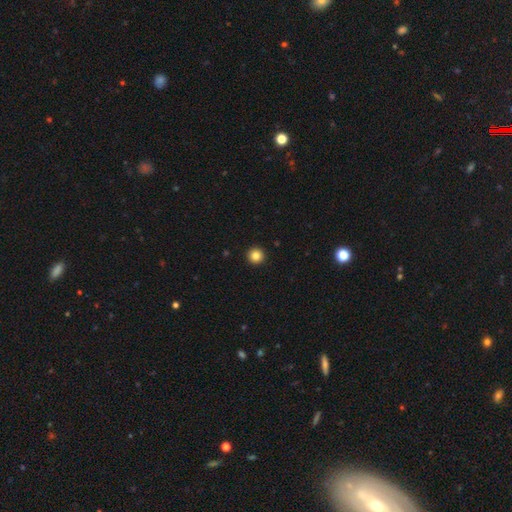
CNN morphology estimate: This appears to be a smooth galaxy with no disk features (85%) that is round (96%). Merging: none (94%).